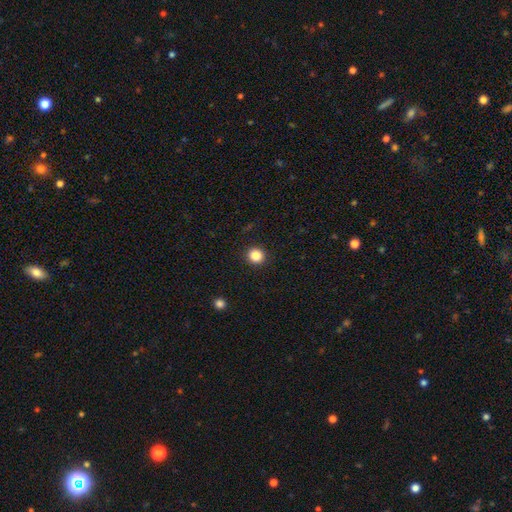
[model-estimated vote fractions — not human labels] Smooth or featured: smooth — 85% (star or artifact — 11%)
How rounded: round — 91% (in between — 8%)
Merging: none — 92% (minor disturbance — 5%)